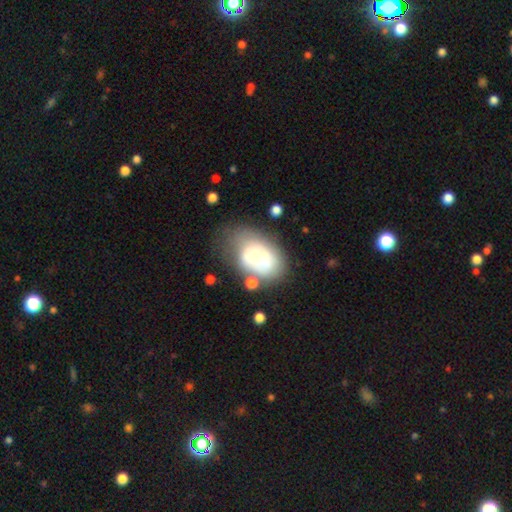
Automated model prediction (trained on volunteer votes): Overall: smooth (51%; featured or disk 41%). How rounded: in between (79%). Merging: none (40%; minor disturbance 30%).